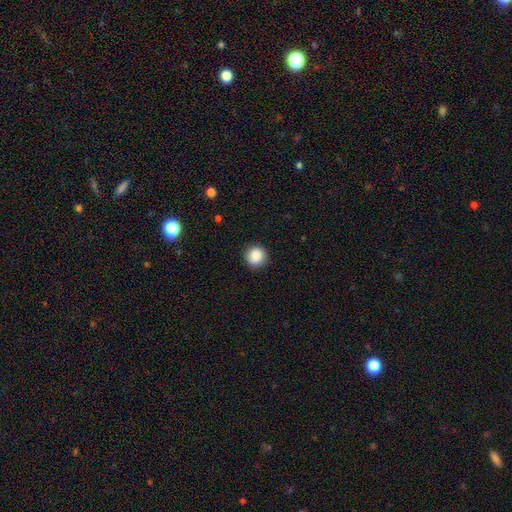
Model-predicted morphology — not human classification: Smooth or featured?
  - smooth: 87% *
  - star or artifact: 8%
  - featured or disk: 5%
How rounded?
  - round: 92% *
  - in between: 7%
  - cigar-shaped: 1%
Merging?
  - none: 90% *
  - minor disturbance: 7%
  - major disturbance: 2%
  - merger: 1%